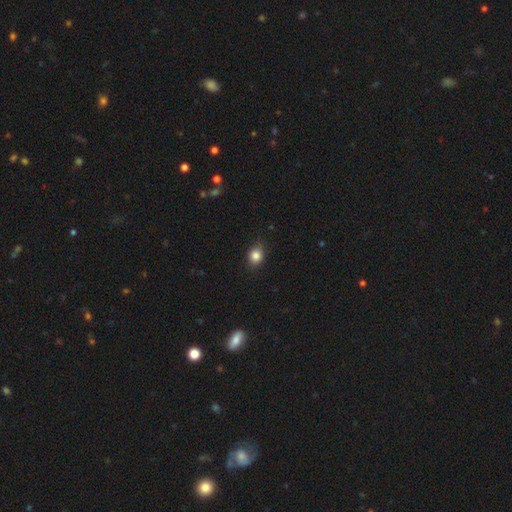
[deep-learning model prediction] smooth 83%, star or artifact 10%, featured or disk 6%. Down the decision tree: how rounded — round (61%); merging — none (78%).